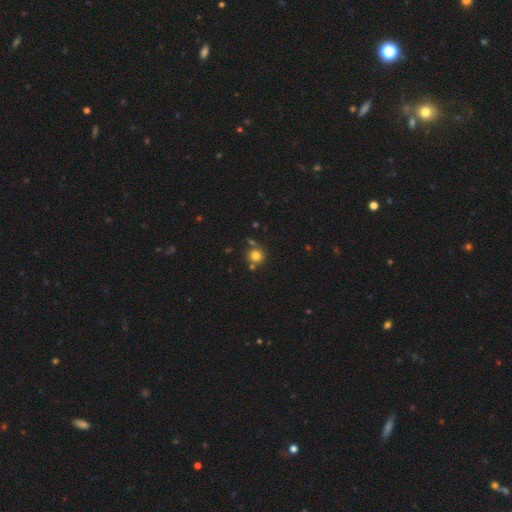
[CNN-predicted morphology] A smooth galaxy with no disk features (79%) that is round (92%).

Vote fractions:
- Smooth or featured? smooth: 79% / star or artifact: 14% / featured or disk: 7%
- How rounded? round: 92% / in between: 7% / cigar-shaped: 1%
- Merging? none: 74% / merger: 13% / minor disturbance: 10% / major disturbance: 3%